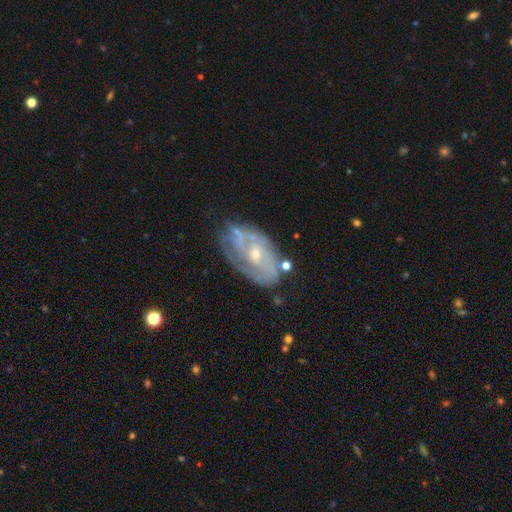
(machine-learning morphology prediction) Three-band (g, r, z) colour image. It shows a featured or disk galaxy (78%) with no bar (63%), tight (57%) spiral arms (82%) and a small central bulge (54%). Merging: none (67%).